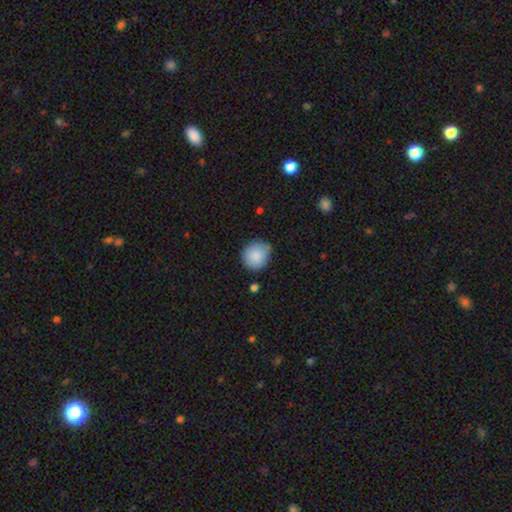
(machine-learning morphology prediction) smooth-or-featured: smooth: 88% | star or artifact: 7% | featured or disk: 5%
  how-rounded: round: 85% | in between: 14% | cigar-shaped: 1%
  merging: none: 77% | minor disturbance: 16% | major disturbance: 3% | merger: 3%